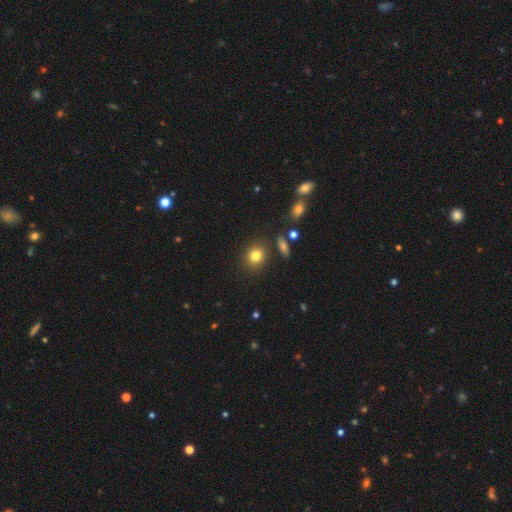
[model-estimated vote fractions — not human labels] smooth-or-featured: smooth: 81% | star or artifact: 11% | featured or disk: 8%
  how-rounded: round: 74% | in between: 24% | cigar-shaped: 1%
  merging: none: 84% | minor disturbance: 9% | merger: 4% | major disturbance: 3%